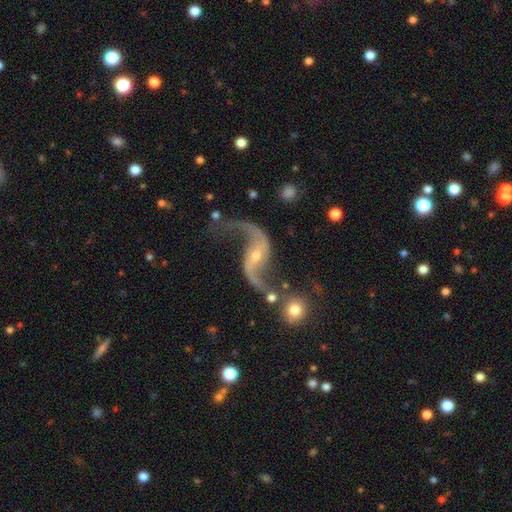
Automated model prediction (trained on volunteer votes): smooth-or-featured: featured or disk: 90% | star or artifact: 7% | smooth: 4%
  disk-edge-on: no: 96% | yes: 4%
    bar: no: 55% | weak: 30% | strong: 15%
    has-spiral-arms: yes: 97% | no: 3%
      spiral-winding: loose: 87% | medium: 10% | tight: 3%
      spiral-arm-count: 2: 92% | 1: 3% | can't tell: 2% | 3: 1% | 4: 1% | more than 4: 1%
    bulge-size: small: 67% | moderate: 26% | none: 3% | large: 2% | dominant: 1%
  merging: none: 60% | minor disturbance: 16% | major disturbance: 15% | merger: 9%